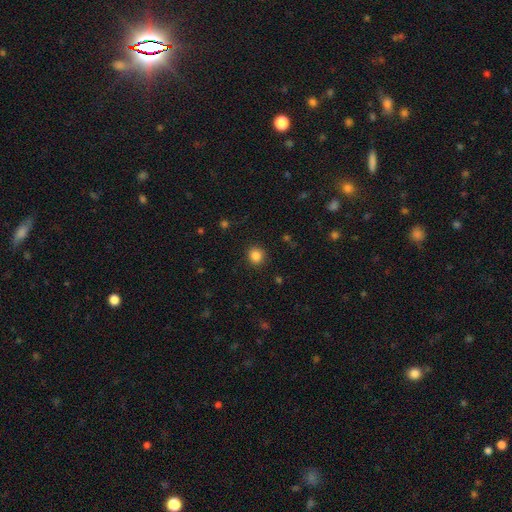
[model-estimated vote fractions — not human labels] smooth-or-featured: smooth: 86% | star or artifact: 11% | featured or disk: 3%
  how-rounded: round: 88% | in between: 11% | cigar-shaped: 1%
  merging: none: 90% | minor disturbance: 6% | major disturbance: 2% | merger: 1%